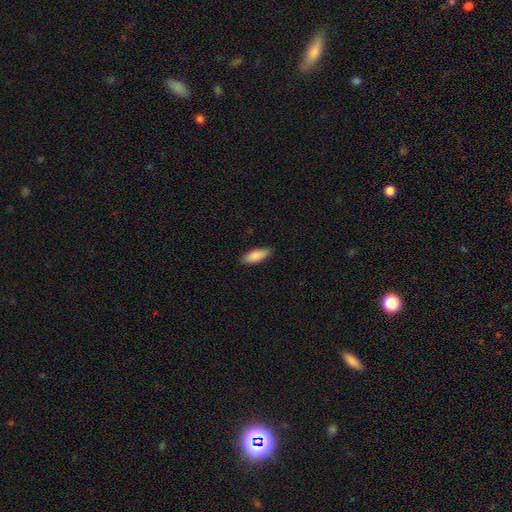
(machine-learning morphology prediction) smooth_or_featured: smooth (p=0.87) [alt: featured or disk p=0.07]
how_rounded: in between (p=0.72) [alt: cigar-shaped p=0.26]
merging: none (p=0.86) [alt: minor disturbance p=0.11]